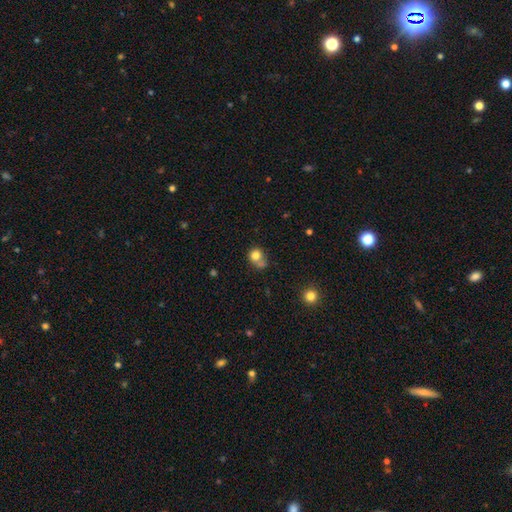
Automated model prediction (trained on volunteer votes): Smooth or featured? Predicted: smooth (p=0.78). How rounded? Predicted: round (p=0.79). Merging? Predicted: none (p=0.44).